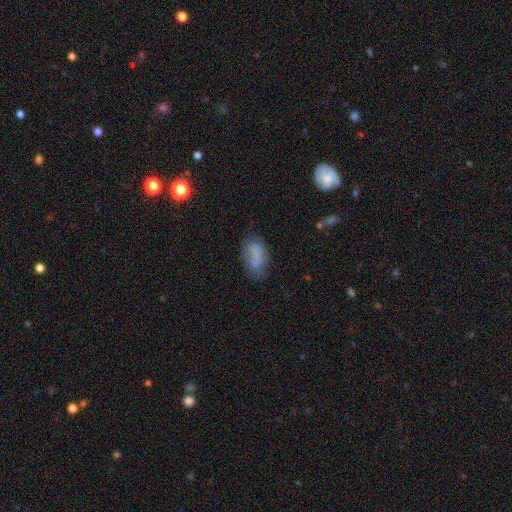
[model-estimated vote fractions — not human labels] Morphology: type=smooth (70%); roundness=in between (88%); merging=none (53%).